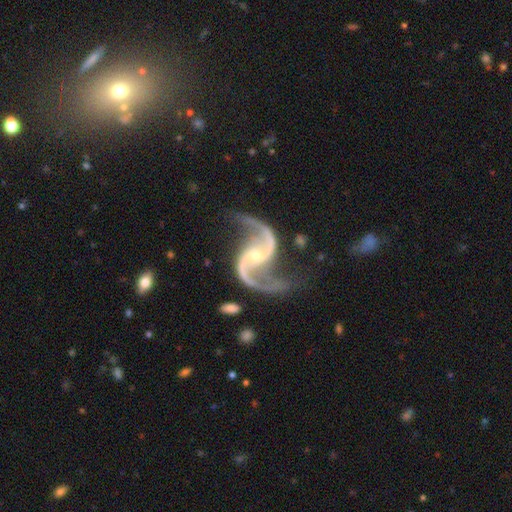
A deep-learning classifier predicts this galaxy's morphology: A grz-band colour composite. It shows a featured or disk galaxy (94%) with no bar (44%), 2 (94%) loose (59%) spiral arms (99%) and a small central bulge (68%). Merging: none (73%).